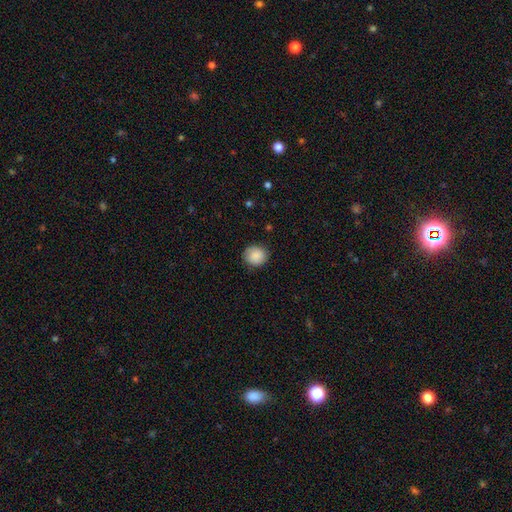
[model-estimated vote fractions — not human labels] smooth 88%, star or artifact 8%, featured or disk 5%. Down the decision tree: how rounded — round (85%); merging — none (86%).